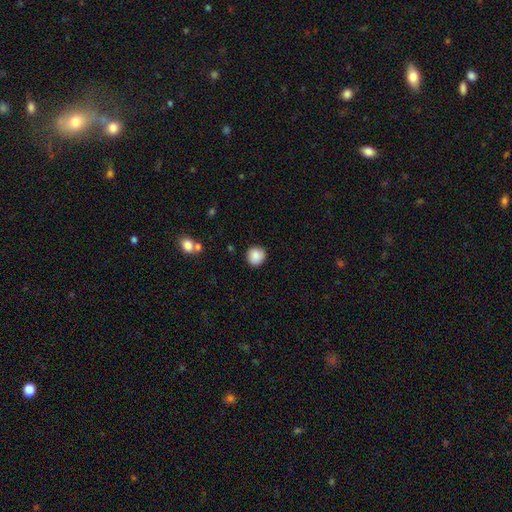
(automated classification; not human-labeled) Q: Smooth or featured?
A: smooth (87%); runner-up: star or artifact (8%)
Q: How rounded?
A: round (87%); runner-up: in between (12%)
Q: Merging?
A: none (86%); runner-up: minor disturbance (10%)